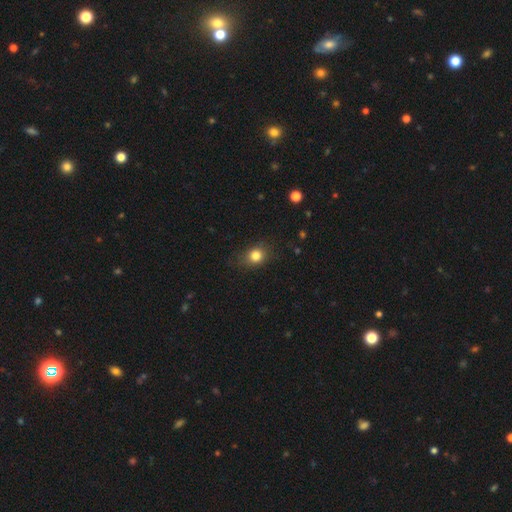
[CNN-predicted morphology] smooth-or-featured: smooth: 82% | star or artifact: 11% | featured or disk: 7%
  how-rounded: round: 63% | in between: 36% | cigar-shaped: 1%
  merging: none: 77% | minor disturbance: 17% | major disturbance: 5% | merger: 1%